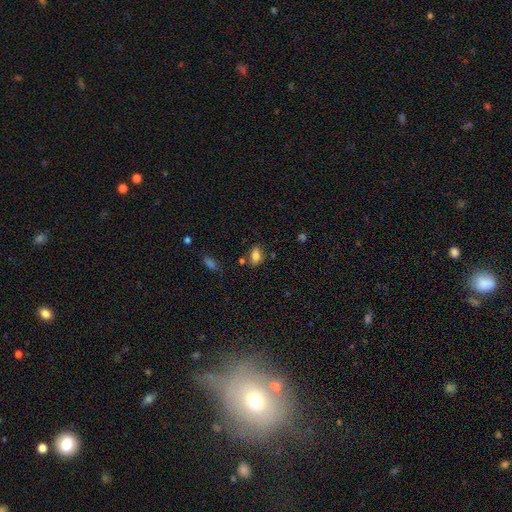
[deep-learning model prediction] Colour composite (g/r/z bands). It shows a smooth galaxy with no disk features (82%) that is in between round and cigar-shaped (87%). Merging: none (74%).